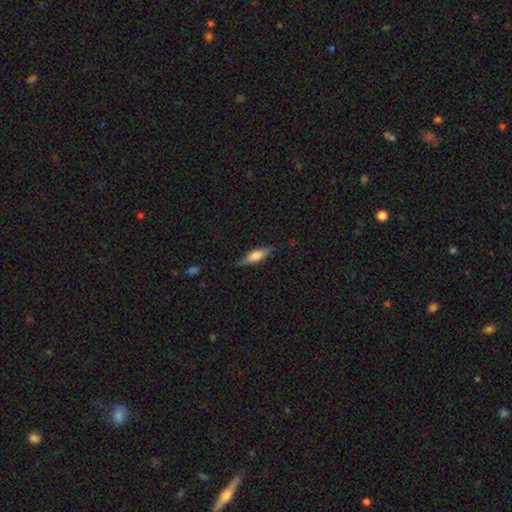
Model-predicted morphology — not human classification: Smooth or featured?
  - smooth: 63% *
  - featured or disk: 31%
  - star or artifact: 6%
How rounded?
  - cigar-shaped: 54% *
  - in between: 44%
  - round: 2%
Merging?
  - none: 81% *
  - minor disturbance: 15%
  - major disturbance: 3%
  - merger: 1%